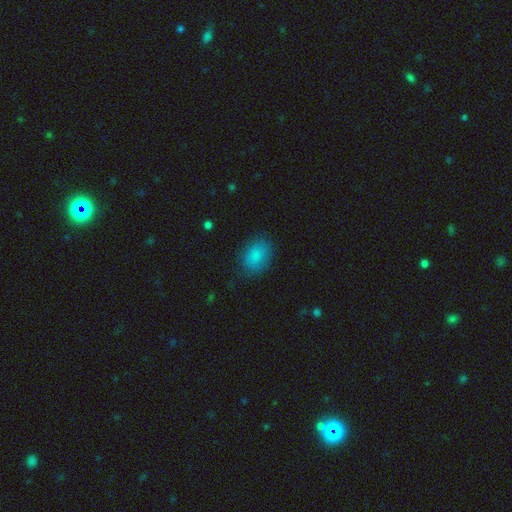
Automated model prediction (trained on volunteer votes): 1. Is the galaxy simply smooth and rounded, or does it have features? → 84% smooth, 9% star or artifact, 7% featured or disk.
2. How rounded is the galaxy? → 71% in between, 28% round, 1% cigar-shaped.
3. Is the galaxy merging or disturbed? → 78% none, 16% minor disturbance, 5% major disturbance, 1% merger.